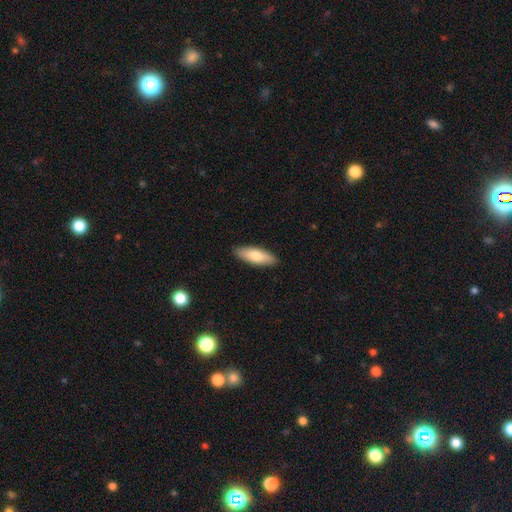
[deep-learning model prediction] Smooth or featured? smooth (78%)
How rounded? in between (58%)
Merging? none (90%)